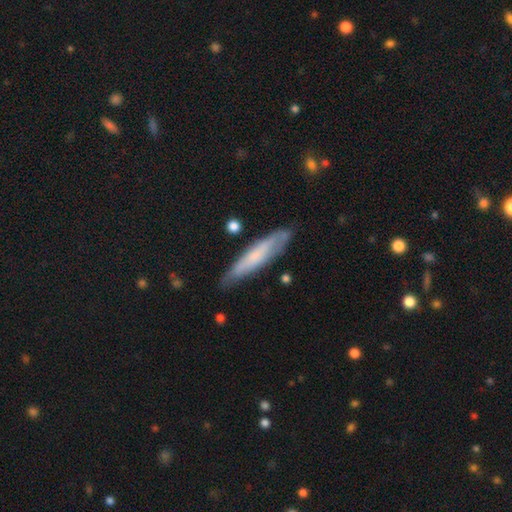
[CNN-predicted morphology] A smooth galaxy with no disk features (56%) that is cigar-shaped (84%).

Vote fractions:
- Smooth or featured? smooth: 56% / featured or disk: 38% / star or artifact: 6%
- How rounded? cigar-shaped: 84% / in between: 14% / round: 1%
- Merging? none: 77% / minor disturbance: 18% / major disturbance: 4% / merger: 2%